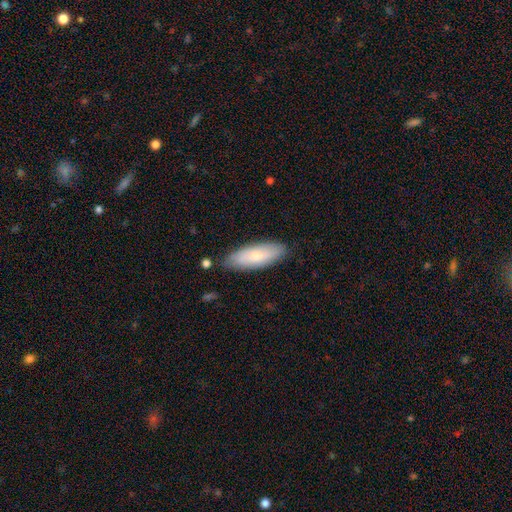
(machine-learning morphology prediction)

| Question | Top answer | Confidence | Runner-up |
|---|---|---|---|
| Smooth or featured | smooth | 68% | featured or disk (26%) |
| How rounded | in between | 66% | cigar-shaped (32%) |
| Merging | none | 82% | minor disturbance (14%) |